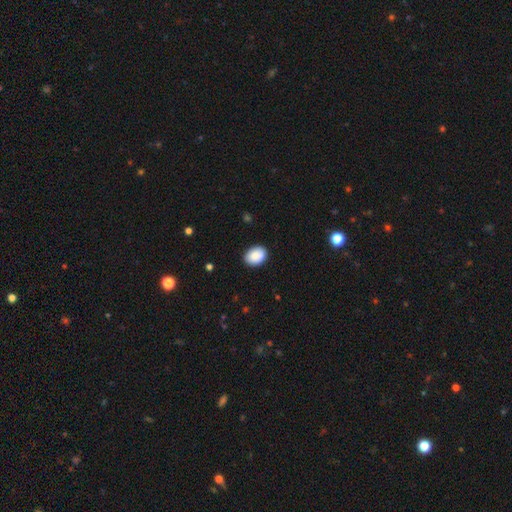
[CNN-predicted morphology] A smooth galaxy with no disk features (88%) that is in between round and cigar-shaped (69%). Merging: none (87%).